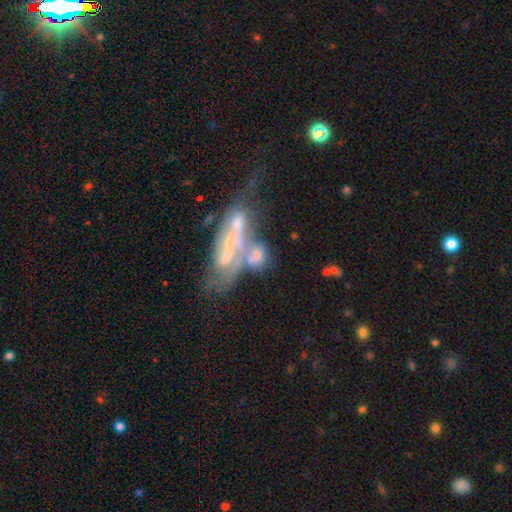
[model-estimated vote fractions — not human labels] A featured or disk galaxy (43%, tied with smooth). Merging: merger (52%).